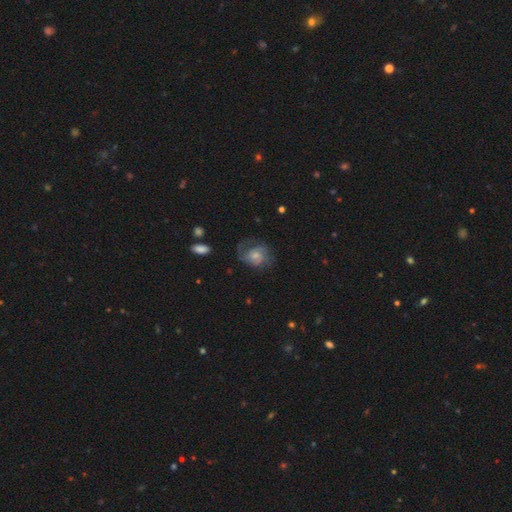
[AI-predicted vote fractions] This is likely a featured or disk galaxy (68%). It is clearly not viewed edge-on (98%). Bar: likely no (62%). Spiral arm pattern: clearly yes (89%). Spiral arm count: possibly 2 (55%). Spiral winding: marginally medium (45%). Central bulge: marginally small (44%). Merging: possibly none (54%).